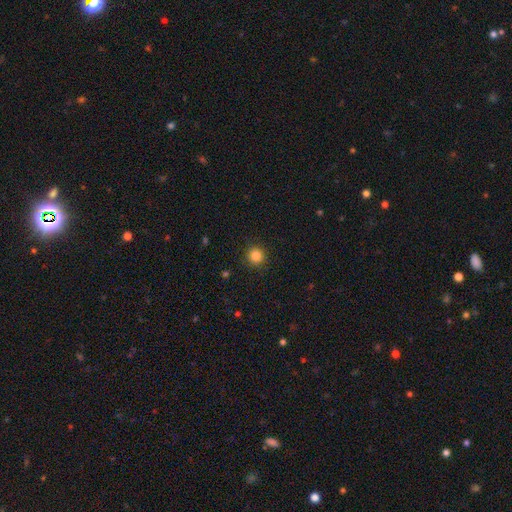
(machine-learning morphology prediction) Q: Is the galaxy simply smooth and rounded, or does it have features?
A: smooth — 84%.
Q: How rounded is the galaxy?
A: round — 94%.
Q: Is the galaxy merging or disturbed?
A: none — 92%.